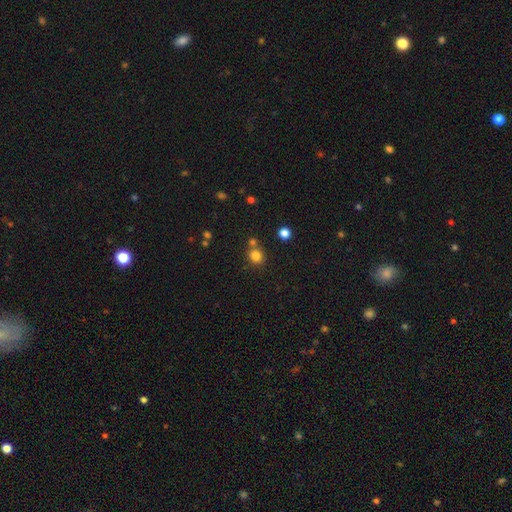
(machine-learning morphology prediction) smooth_or_featured: smooth (p=0.81) [alt: star or artifact p=0.13]
how_rounded: round (p=0.83) [alt: in between p=0.16]
merging: none (p=0.70) [alt: merger p=0.18]